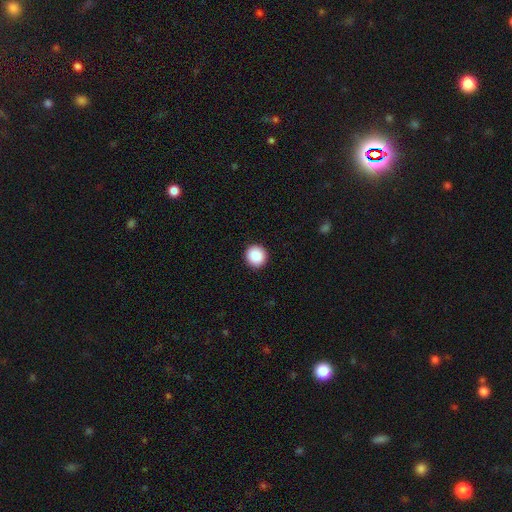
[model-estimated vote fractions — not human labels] smooth 90%, star or artifact 8%, featured or disk 3%. Down the decision tree: how rounded — round (94%); merging — none (93%).